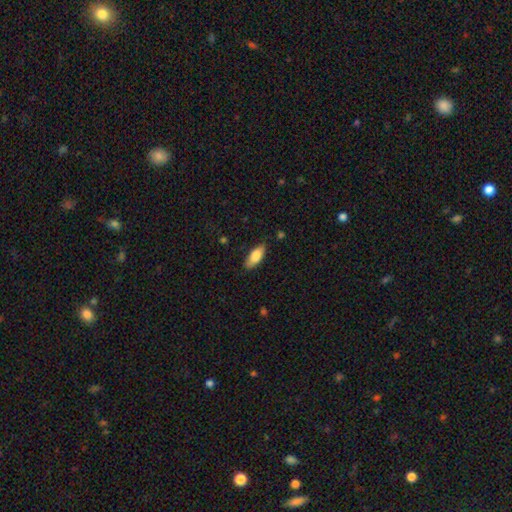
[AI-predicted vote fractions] Morphology: type=smooth (82%); roundness=in between (81%); merging=none (82%).